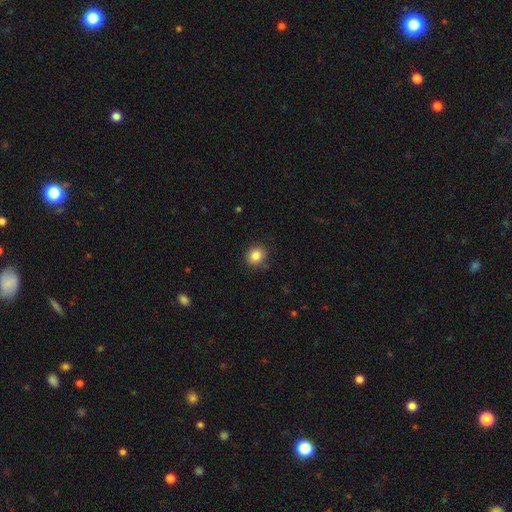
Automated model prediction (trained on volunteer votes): A smooth galaxy with no disk features (84%) that is round (80%).

Vote fractions:
- Smooth or featured? smooth: 84% / star or artifact: 10% / featured or disk: 6%
- How rounded? round: 80% / in between: 19% / cigar-shaped: 1%
- Merging? none: 88% / minor disturbance: 9% / major disturbance: 2% / merger: 1%